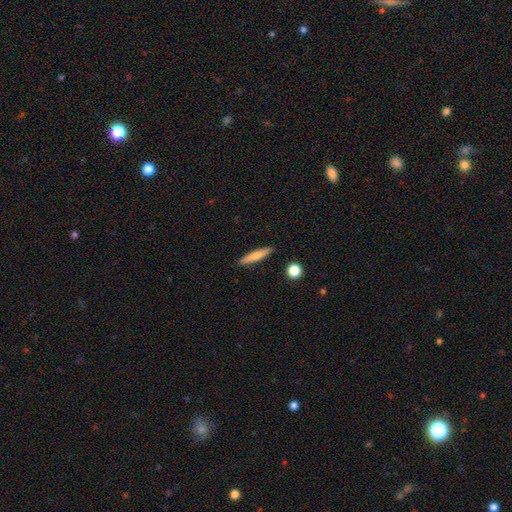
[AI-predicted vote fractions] Smooth or featured: smooth — 73% (featured or disk — 21%)
How rounded: cigar-shaped — 89% (in between — 9%)
Merging: none — 89% (minor disturbance — 7%)